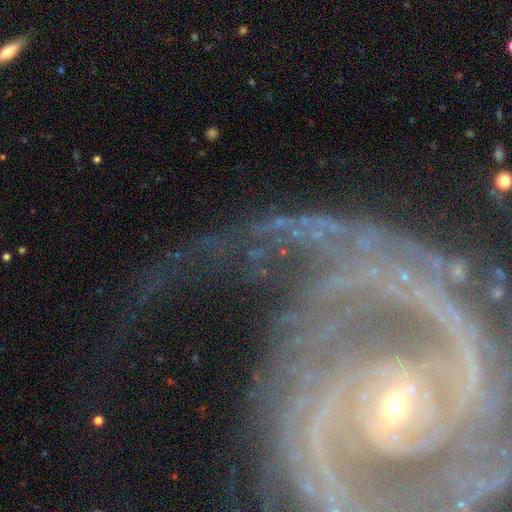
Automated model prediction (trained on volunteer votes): Q: Smooth or featured?
A: featured or disk (60%); runner-up: star or artifact (28%)
Q: Edge-on disk?
A: no (89%); runner-up: yes (11%)
Q: Bar?
A: no (41%); runner-up: strong (31%)
Q: Spiral arms?
A: yes (84%); runner-up: no (16%)
Q: Bulge size?
A: small (53%); runner-up: moderate (26%)
Q: Merging?
A: none (59%); runner-up: major disturbance (19%)